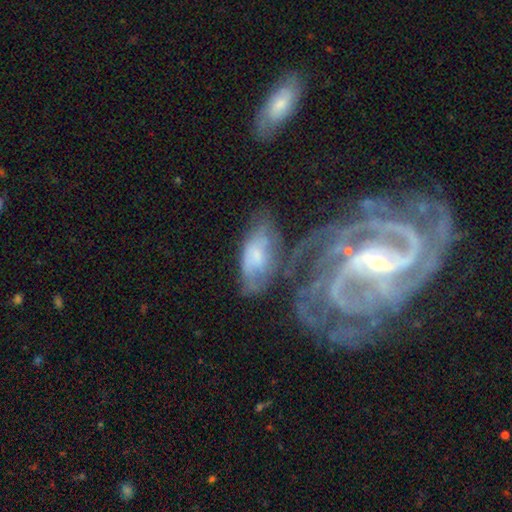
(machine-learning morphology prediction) This is possibly a featured or disk galaxy (52%). It is clearly not viewed edge-on (88%). Merging: marginally none (35%).